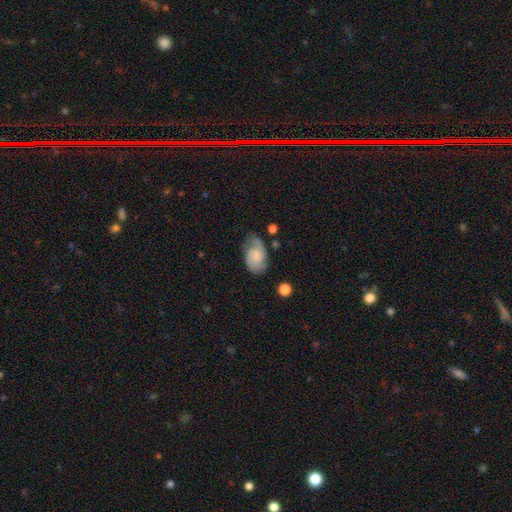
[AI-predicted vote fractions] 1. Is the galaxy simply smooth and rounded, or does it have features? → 63% featured or disk, 30% smooth, 7% star or artifact.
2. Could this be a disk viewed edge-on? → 97% no, 3% yes.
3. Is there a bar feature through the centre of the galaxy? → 56% no, 38% weak, 6% strong.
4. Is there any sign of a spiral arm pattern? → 93% yes, 7% no.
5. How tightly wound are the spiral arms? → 46% medium, 37% tight, 17% loose.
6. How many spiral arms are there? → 78% 2, 11% can't tell, 5% 1, 4% 3, 1% 4, 1% more than 4.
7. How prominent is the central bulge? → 43% small, 32% none, 20% moderate, 4% large, 2% dominant.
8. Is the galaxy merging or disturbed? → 64% none, 24% minor disturbance, 9% major disturbance, 2% merger.